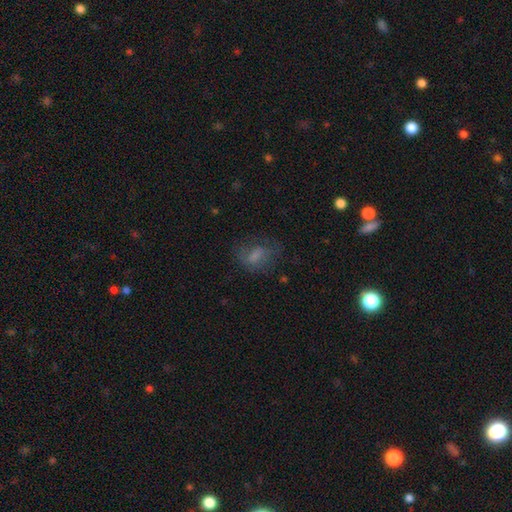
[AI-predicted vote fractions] Smooth or featured? Predicted: smooth (p=0.58). How rounded? Predicted: in between (p=0.72). Merging? Predicted: none (p=0.53).